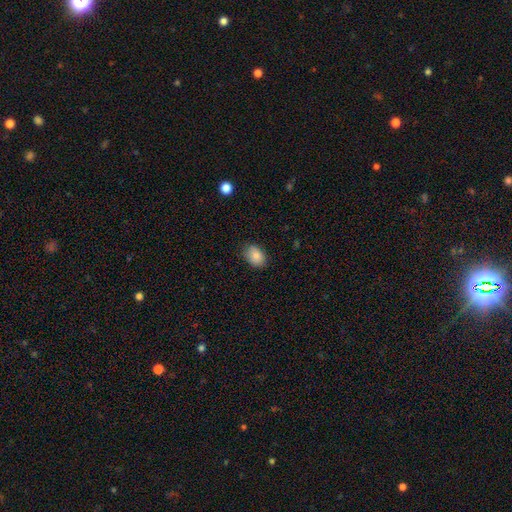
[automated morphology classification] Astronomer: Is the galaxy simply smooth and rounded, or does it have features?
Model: smooth — 86%.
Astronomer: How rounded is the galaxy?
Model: in between — 73%.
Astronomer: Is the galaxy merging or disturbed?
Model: none — 83%.